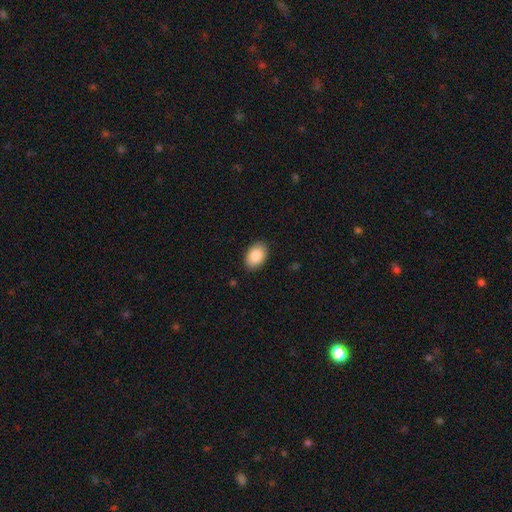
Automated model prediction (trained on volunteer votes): Smooth or featured: smooth — 90% (star or artifact — 6%)
How rounded: in between — 89% (round — 10%)
Merging: none — 87% (minor disturbance — 9%)